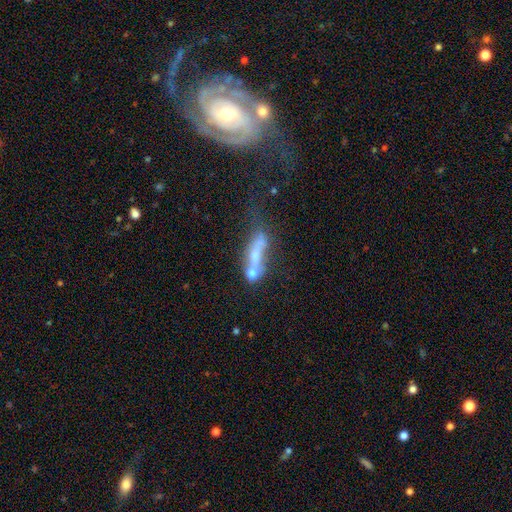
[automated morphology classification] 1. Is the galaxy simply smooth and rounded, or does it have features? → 48% featured or disk, 39% smooth, 13% star or artifact.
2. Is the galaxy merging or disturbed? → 48% merger, 21% none, 18% major disturbance, 13% minor disturbance.